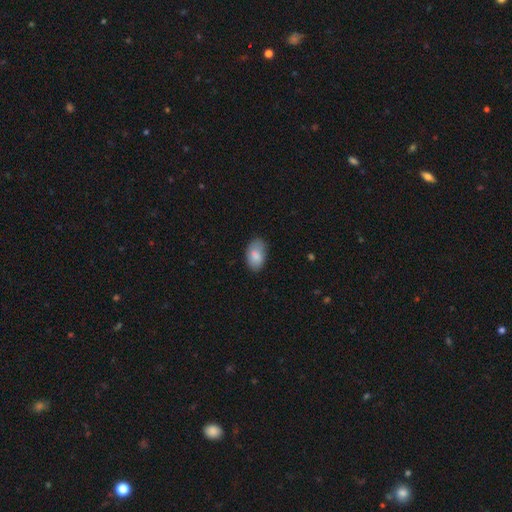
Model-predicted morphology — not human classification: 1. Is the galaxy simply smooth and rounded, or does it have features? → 85% smooth, 8% featured or disk, 7% star or artifact.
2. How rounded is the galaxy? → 92% in between, 6% round, 1% cigar-shaped.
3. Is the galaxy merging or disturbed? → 75% none, 20% minor disturbance, 4% major disturbance, 1% merger.